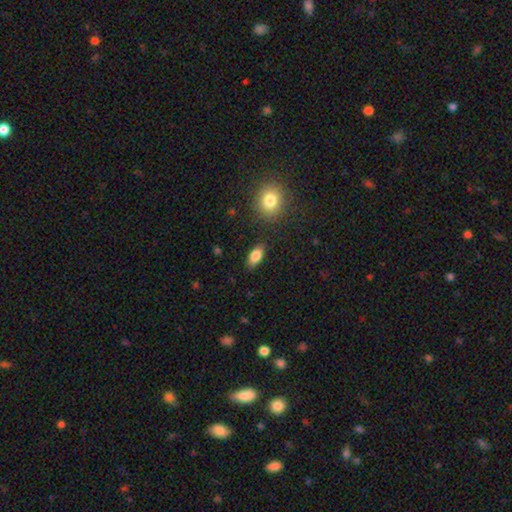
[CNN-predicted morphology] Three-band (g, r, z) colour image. It shows a smooth galaxy with no disk features (83%) that is in between round and cigar-shaped (88%). Merging: none (85%).